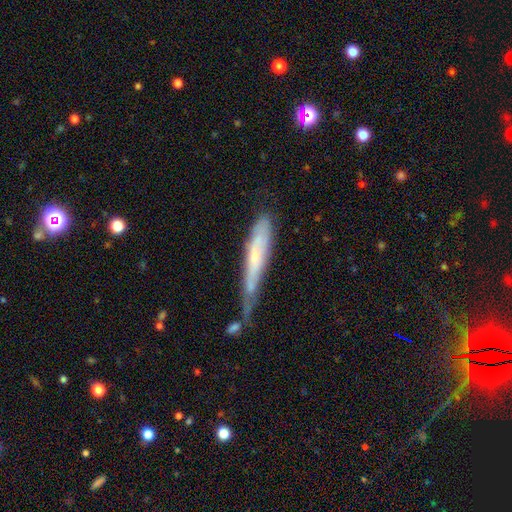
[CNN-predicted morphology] smooth_or_featured: featured or disk (p=0.51) [alt: smooth p=0.43]
disk_edge_on: yes (p=0.60) [alt: no p=0.40]
merging: minor disturbance (p=0.36) [alt: none p=0.32]